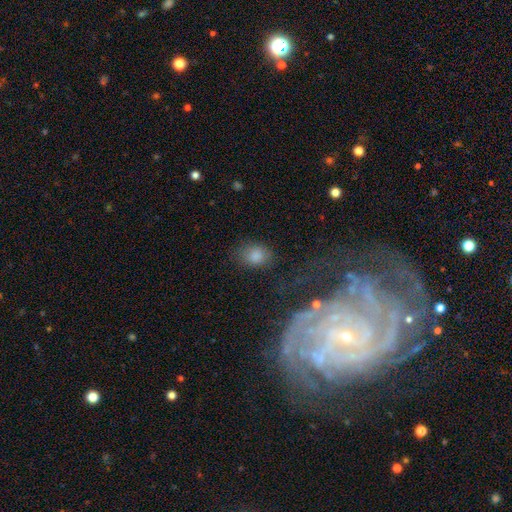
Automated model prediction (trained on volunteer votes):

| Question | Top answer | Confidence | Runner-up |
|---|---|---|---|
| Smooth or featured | smooth | 83% | star or artifact (11%) |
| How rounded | in between | 60% | round (39%) |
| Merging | none | 74% | minor disturbance (17%) |